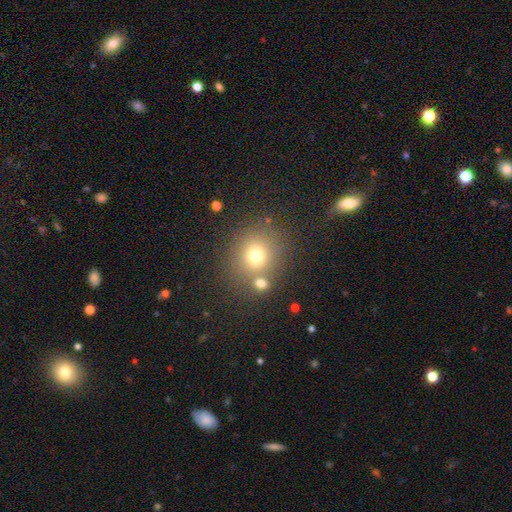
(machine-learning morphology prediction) type=smooth (71%); roundness=round (82%); merging=none (70%).